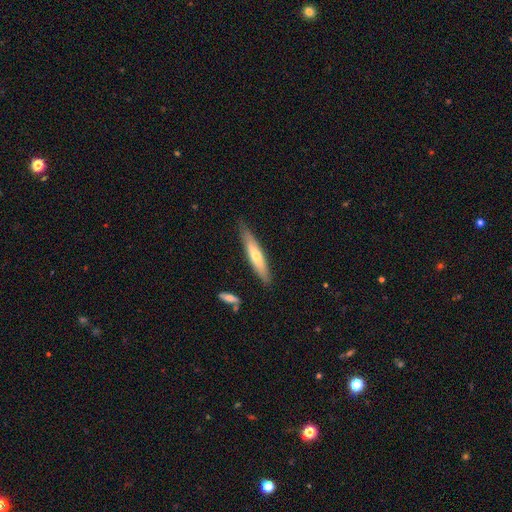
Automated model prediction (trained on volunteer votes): This appears to be a smooth galaxy with no disk features (55%) that is cigar-shaped (87%). Merging: none (81%).